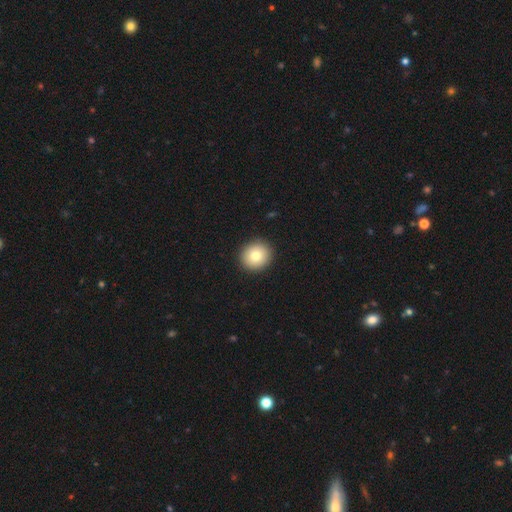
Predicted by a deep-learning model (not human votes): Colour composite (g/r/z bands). It shows a smooth galaxy with no disk features (79%) that is round (89%). Merging: none (92%).